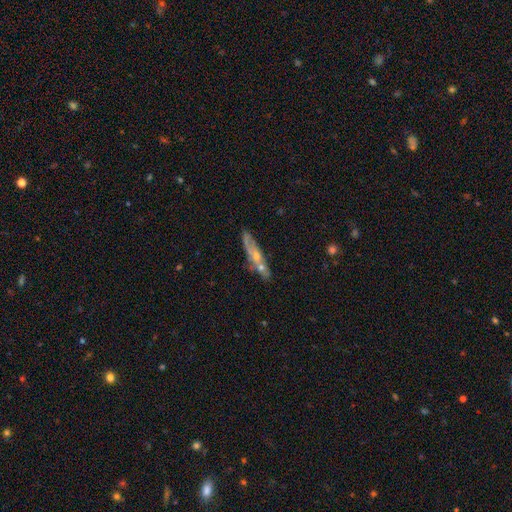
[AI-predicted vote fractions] Smooth or featured: featured or disk — 56% (smooth — 34%)
Edge-on disk: yes — 60% (no — 40%)
Merging: none — 61% (minor disturbance — 18%)